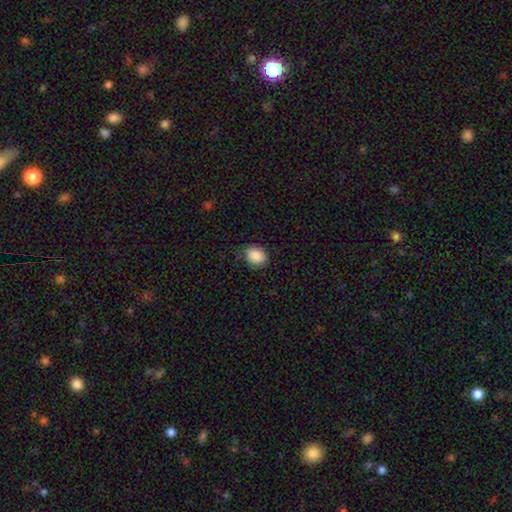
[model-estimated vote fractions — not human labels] This appears to be a smooth galaxy with no disk features (87%) that is round (56%). Merging: none (78%).